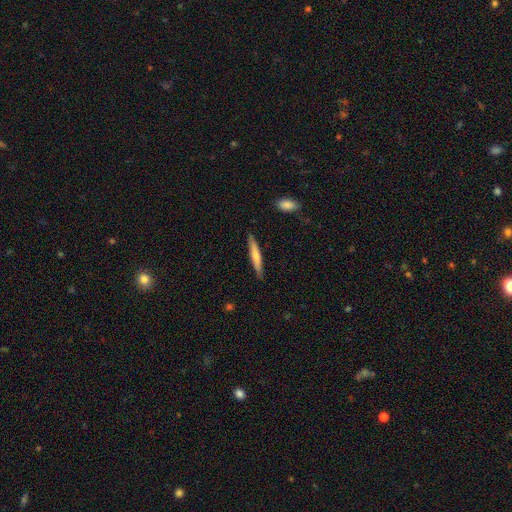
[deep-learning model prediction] Smooth or featured: smooth — 59% (featured or disk — 35%)
How rounded: cigar-shaped — 93% (in between — 5%)
Merging: none — 88% (minor disturbance — 9%)